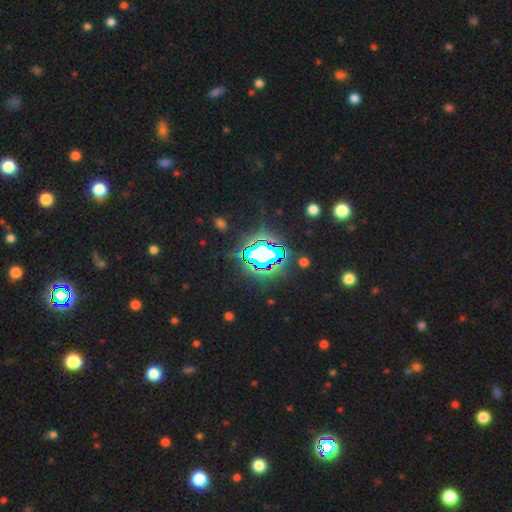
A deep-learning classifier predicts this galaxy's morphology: Overall: star or artifact (84%).